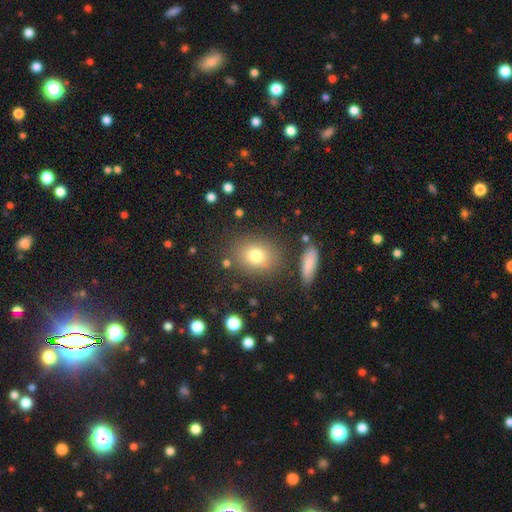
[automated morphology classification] Smooth or featured? smooth (77%)
How rounded? round (58%)
Merging? none (80%)